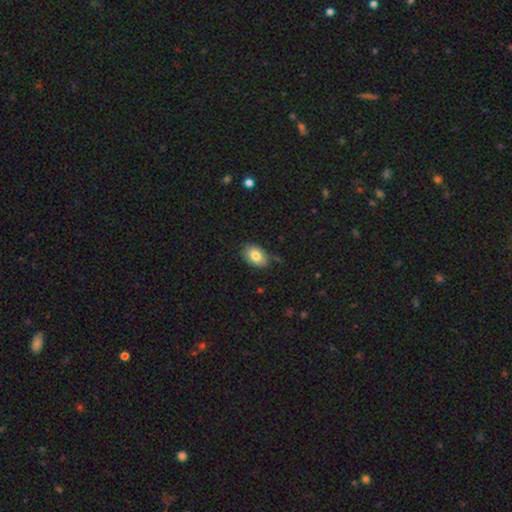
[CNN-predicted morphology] Q: Smooth or featured?
A: smooth (81%); runner-up: featured or disk (11%)
Q: How rounded?
A: in between (86%); runner-up: round (13%)
Q: Merging?
A: none (76%); runner-up: minor disturbance (18%)